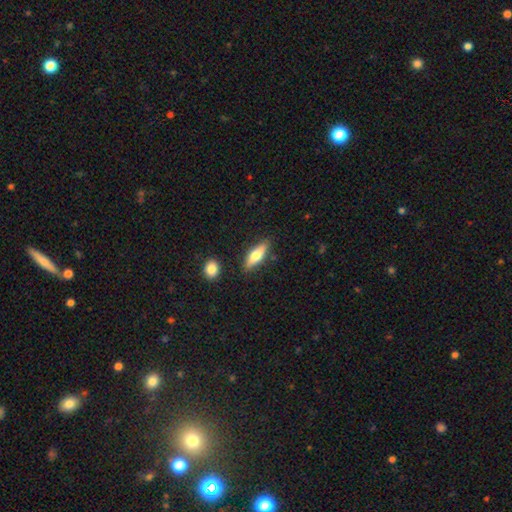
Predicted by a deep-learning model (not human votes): Smooth or featured? Predicted: smooth (p=0.64). How rounded? Predicted: cigar-shaped (p=0.51). Merging? Predicted: none (p=0.83).